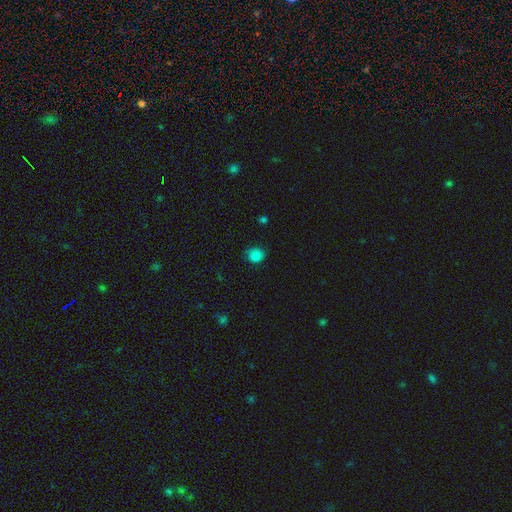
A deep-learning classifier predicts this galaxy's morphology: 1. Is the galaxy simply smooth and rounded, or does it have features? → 84% smooth, 11% star or artifact, 5% featured or disk.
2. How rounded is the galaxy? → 67% round, 32% in between, 1% cigar-shaped.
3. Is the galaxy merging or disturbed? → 68% none, 25% minor disturbance, 6% major disturbance, 1% merger.